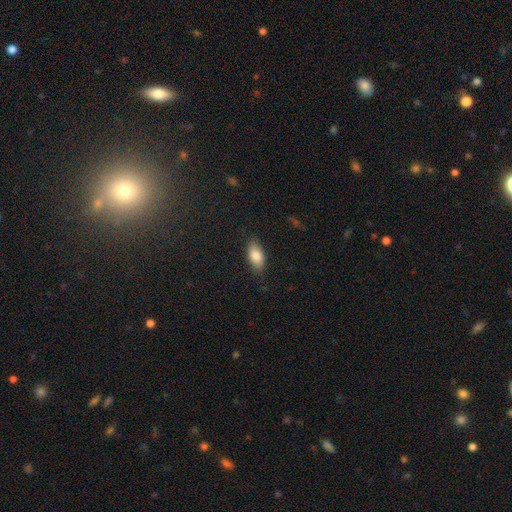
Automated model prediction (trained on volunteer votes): A smooth galaxy with no disk features (83%) that is in between round and cigar-shaped (89%). Merging: none (84%).